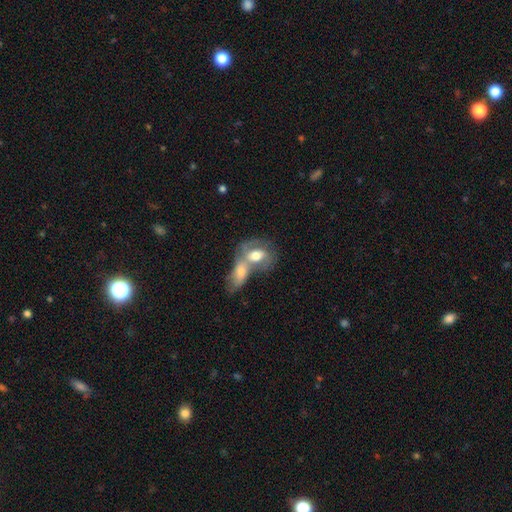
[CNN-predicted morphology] smooth_or_featured: featured or disk (p=0.49) [alt: smooth p=0.45]
merging: merger (p=0.70) [alt: none p=0.17]